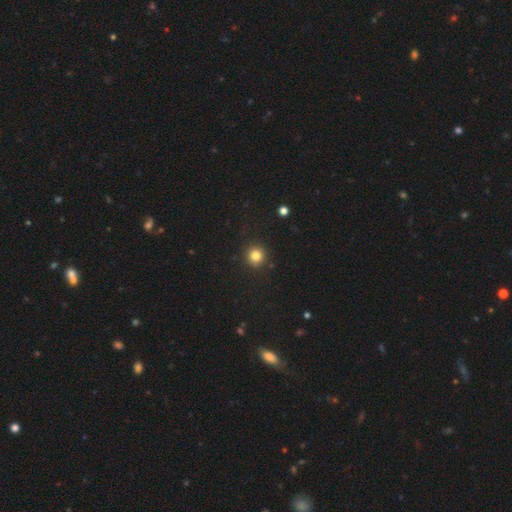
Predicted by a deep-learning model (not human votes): A smooth galaxy with no disk features (82%) that is round (93%). Merging: none (90%).